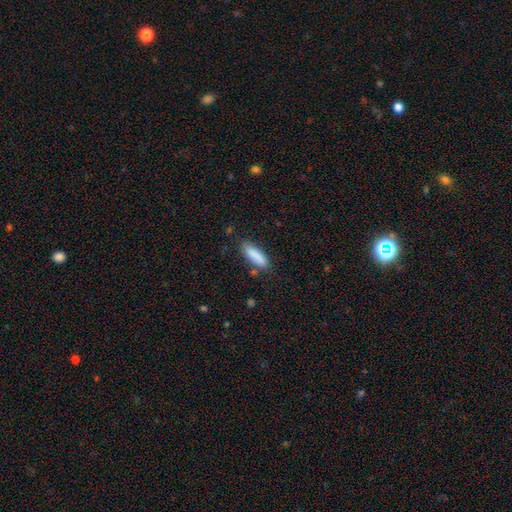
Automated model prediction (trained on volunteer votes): Morphology: type=smooth (87%); roundness=in between (51%); merging=none (78%).